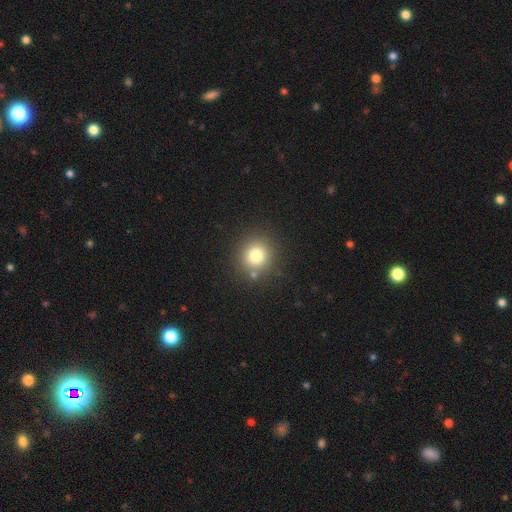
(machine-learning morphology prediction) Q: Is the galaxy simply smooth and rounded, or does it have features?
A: smooth — 78%.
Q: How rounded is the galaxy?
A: round — 89%.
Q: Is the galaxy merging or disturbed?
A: none — 83%.